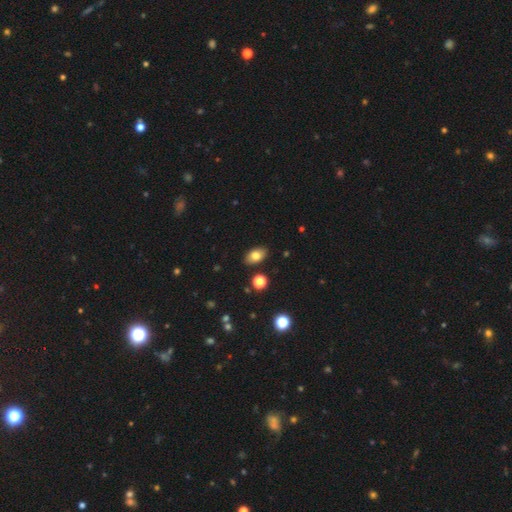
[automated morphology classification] This is likely a smooth galaxy (78%). How rounded: clearly in between (89%). Merging: clearly none (87%).